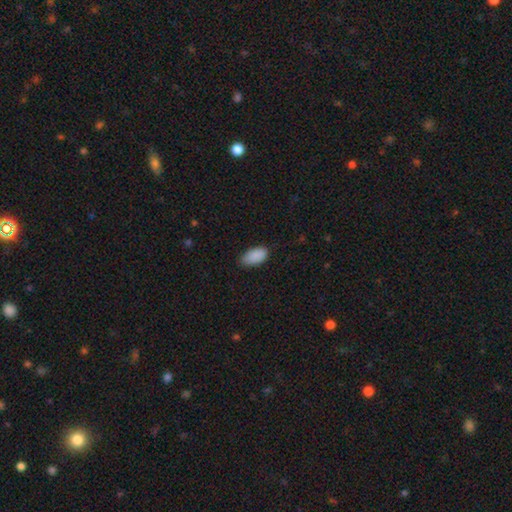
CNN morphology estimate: The model was most divided on "merging": none: 75%, minor disturbance: 20%, major disturbance: 3%, merger: 1%. More confident: how rounded — in between (94%); smooth or featured — smooth (89%).